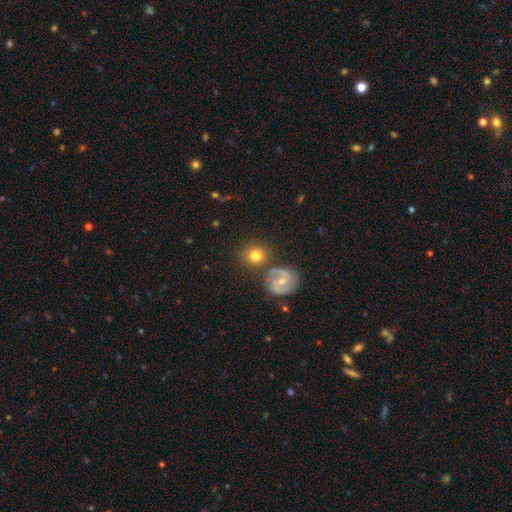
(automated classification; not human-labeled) Smooth or featured? Predicted: smooth (p=0.67). How rounded? Predicted: round (p=0.88). Merging? Predicted: none (p=0.74).